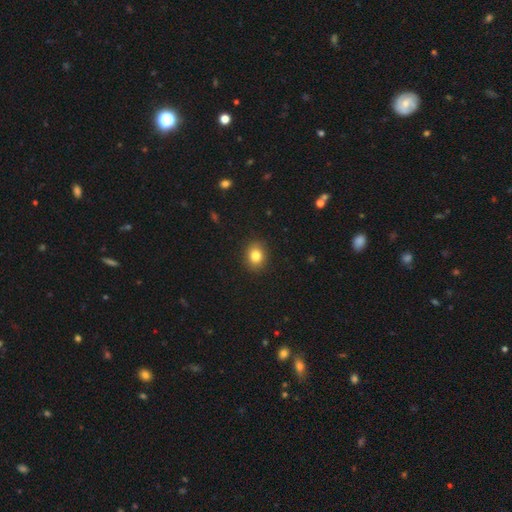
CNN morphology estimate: This appears to be a smooth galaxy with no disk features (82%) that is round (59%). Merging: none (90%).